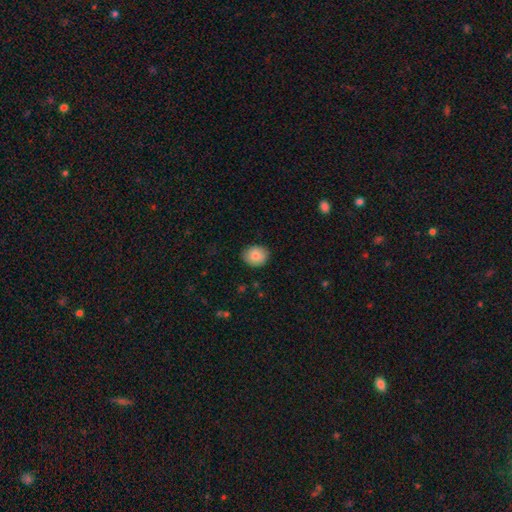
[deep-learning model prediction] Smooth or featured?
  - smooth: 84% *
  - featured or disk: 9%
  - star or artifact: 8%
How rounded?
  - round: 62% *
  - in between: 37%
  - cigar-shaped: 1%
Merging?
  - none: 85% *
  - minor disturbance: 12%
  - major disturbance: 2%
  - merger: 1%